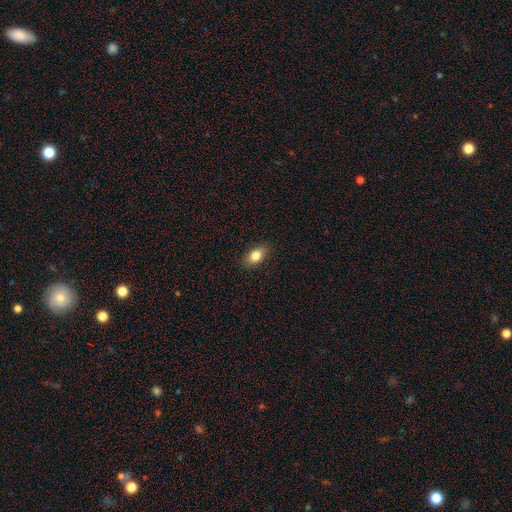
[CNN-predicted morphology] Smooth or featured? smooth (82%)
How rounded? in between (83%)
Merging? none (86%)